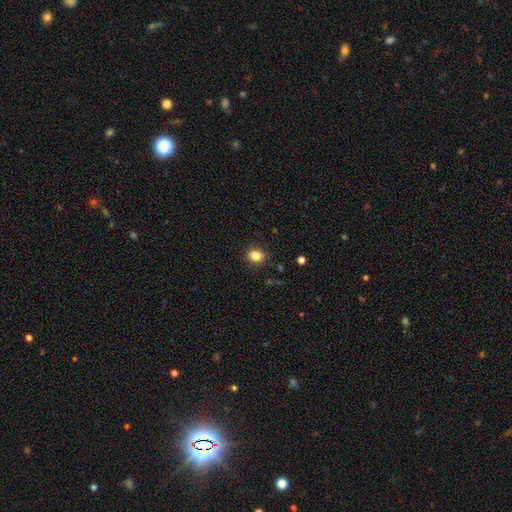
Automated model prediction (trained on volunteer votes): The model was most divided on "how rounded": round: 50%, in between: 49%, cigar-shaped: 1%. More confident: merging — none (89%); smooth or featured — smooth (84%).